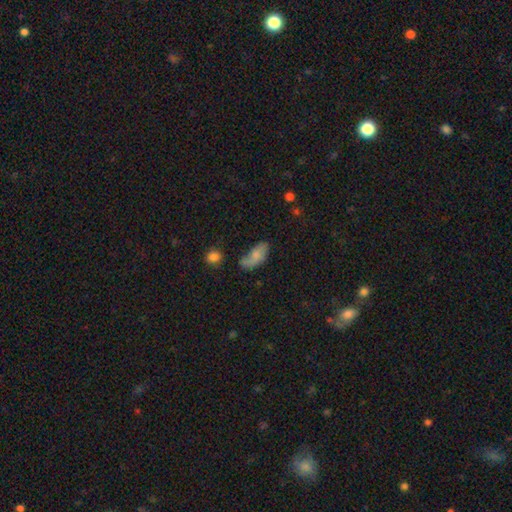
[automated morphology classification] type=smooth (67%); roundness=in between (89%); merging=none (43%).